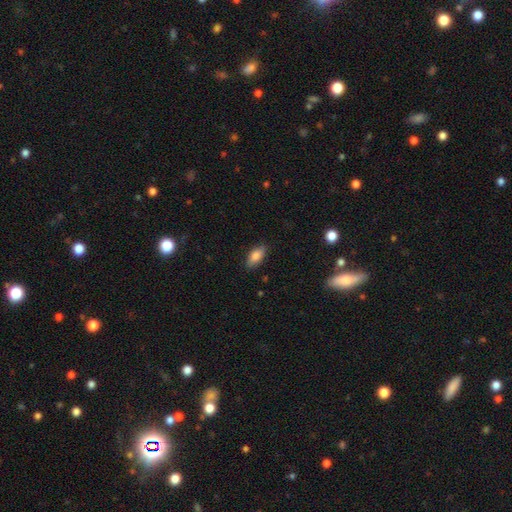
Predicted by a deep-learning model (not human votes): Smooth or featured?
  - smooth: 83% *
  - featured or disk: 10%
  - star or artifact: 7%
How rounded?
  - in between: 87% *
  - cigar-shaped: 10%
  - round: 3%
Merging?
  - none: 85% *
  - minor disturbance: 12%
  - major disturbance: 2%
  - merger: 1%